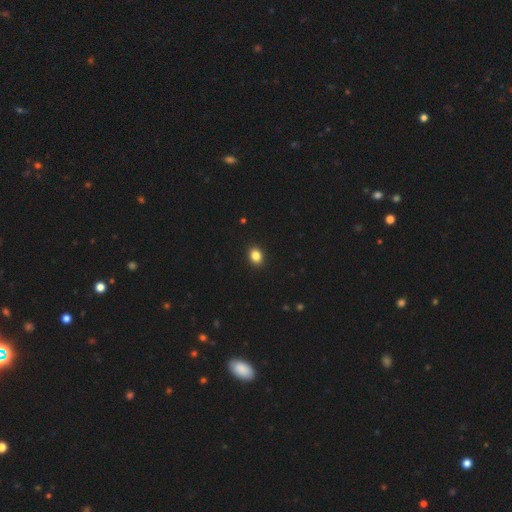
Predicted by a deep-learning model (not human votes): The model was most divided on "how rounded": round: 52%, in between: 47%, cigar-shaped: 1%. More confident: merging — none (92%); smooth or featured — smooth (85%).